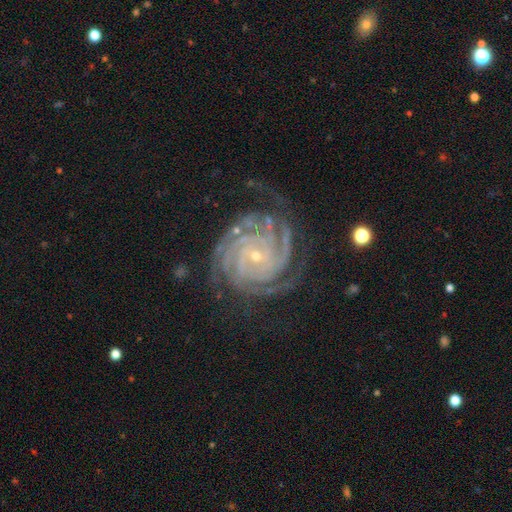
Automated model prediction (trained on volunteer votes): Smooth or featured? Predicted: featured or disk (p=0.92). Edge-on disk? Predicted: no (p=0.98). Bar? Predicted: no (p=0.65). Spiral arms? Predicted: yes (p=0.99). Spiral winding? Predicted: tight (p=0.83). Spiral arm count? Predicted: 4 (p=0.36). Bulge size? Predicted: small (p=0.82). Merging? Predicted: none (p=0.75).